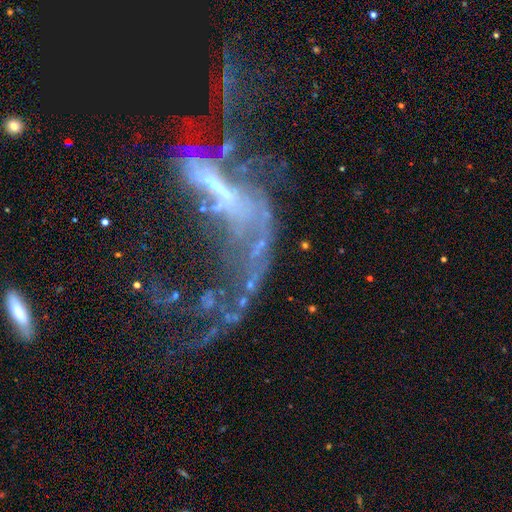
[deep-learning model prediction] Smooth or featured? featured or disk (64%)
Edge-on disk? no (82%)
Bar? no (48%)
Spiral arms? no (54%)
Bulge size? none (35%)
Merging? major disturbance (44%)